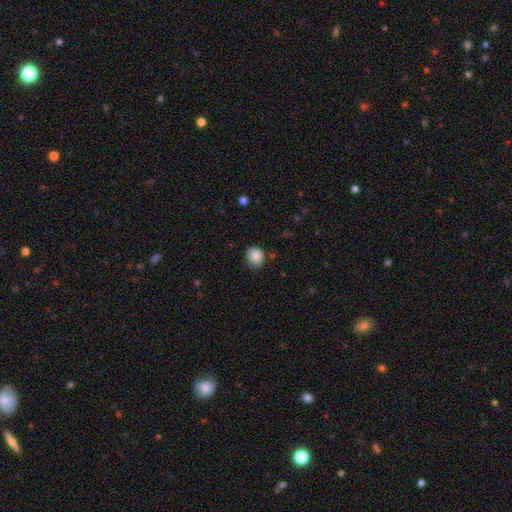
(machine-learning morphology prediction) smooth 86%, star or artifact 9%, featured or disk 5%. Down the decision tree: how rounded — round (80%); merging — none (78%).